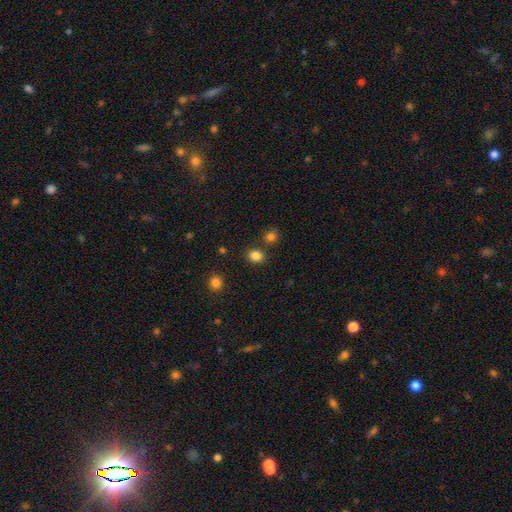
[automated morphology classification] smooth 84%, star or artifact 12%, featured or disk 4%. Down the decision tree: how rounded — round (58%); merging — none (80%).